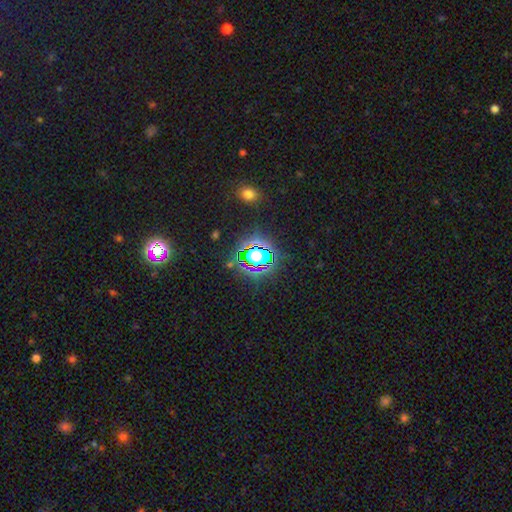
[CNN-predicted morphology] Smooth or featured: star or artifact — 66% (smooth — 23%)